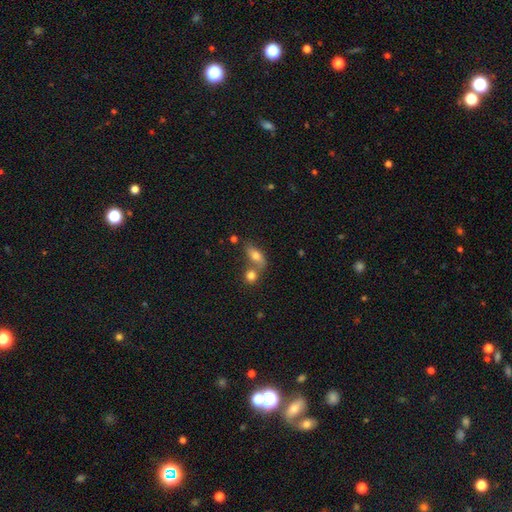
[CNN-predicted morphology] type=smooth (71%); roundness=in between (75%); merging=none (44%).